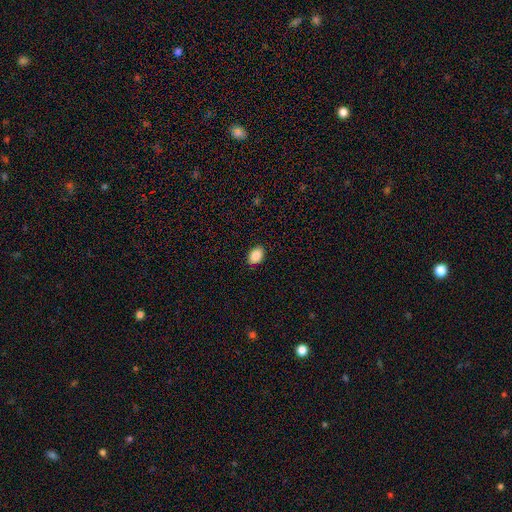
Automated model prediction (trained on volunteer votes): Overall: smooth (88%). How rounded: in between (81%). Merging: none (88%).